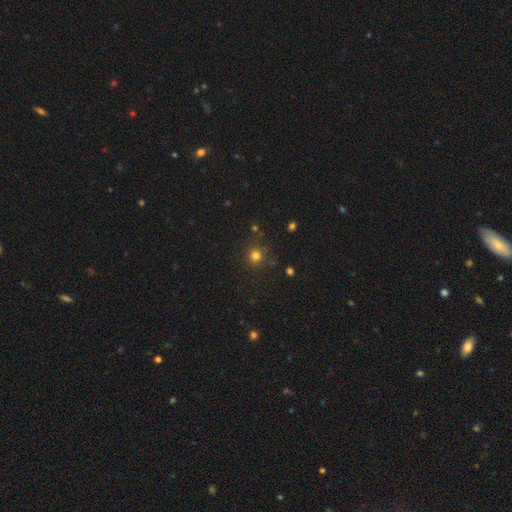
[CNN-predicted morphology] This appears to be a smooth galaxy with no disk features (77%) that is round (93%). Merging: none (84%).